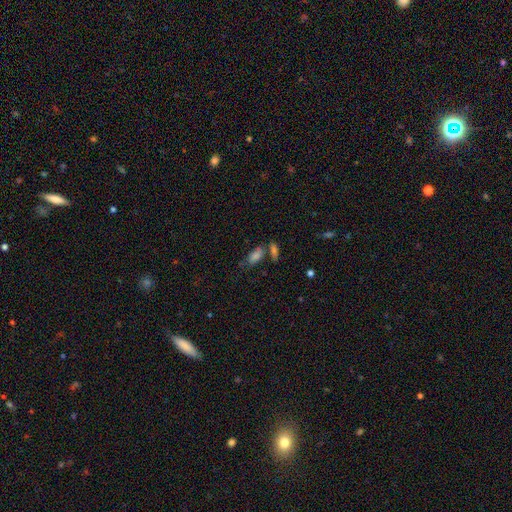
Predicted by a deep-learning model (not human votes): smooth-or-featured: smooth: 71% | star or artifact: 16% | featured or disk: 14%
  how-rounded: in between: 81% | cigar-shaped: 14% | round: 5%
  merging: none: 56% | merger: 24% | minor disturbance: 14% | major disturbance: 6%